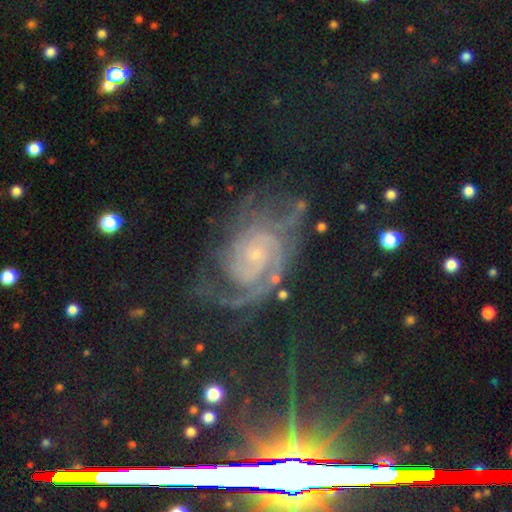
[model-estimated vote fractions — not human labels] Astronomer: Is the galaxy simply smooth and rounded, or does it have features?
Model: featured or disk — 76%.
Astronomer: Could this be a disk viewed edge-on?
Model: no — 97%.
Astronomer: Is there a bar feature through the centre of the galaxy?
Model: no — 72%.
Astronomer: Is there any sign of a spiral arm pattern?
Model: yes — 96%.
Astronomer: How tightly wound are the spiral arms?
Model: tight — 56% (runner-up: medium, 35%).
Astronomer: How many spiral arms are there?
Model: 2 — 30% (runner-up: can't tell, 26%).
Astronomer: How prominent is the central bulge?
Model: small — 78%.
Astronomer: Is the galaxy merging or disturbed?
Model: none — 64%.